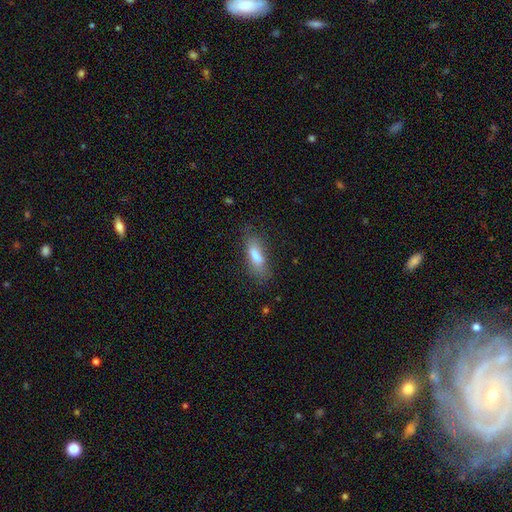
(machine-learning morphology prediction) Smooth or featured: smooth — 73% (featured or disk — 19%)
How rounded: in between — 56% (cigar-shaped — 42%)
Merging: none — 71% (minor disturbance — 20%)